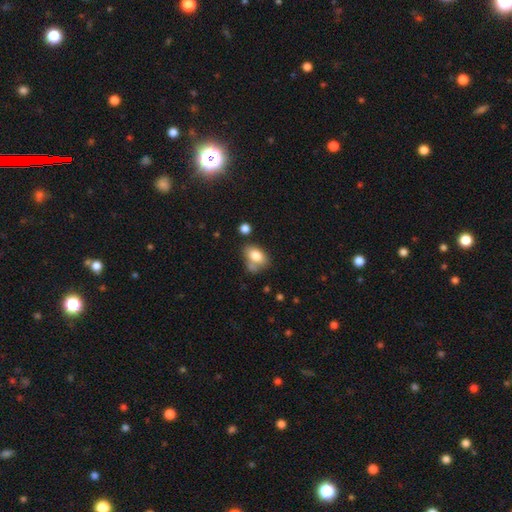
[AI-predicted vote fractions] Overall: smooth (80%). How rounded: in between (83%). Merging: none (46%; minor disturbance 24%).